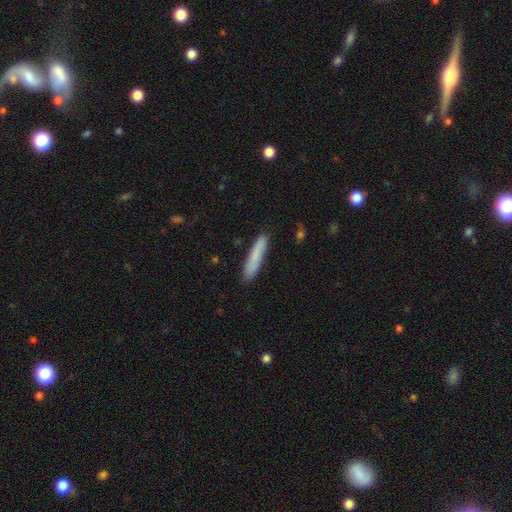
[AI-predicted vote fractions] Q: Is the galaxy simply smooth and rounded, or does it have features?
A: smooth — 81%.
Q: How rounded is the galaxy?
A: cigar-shaped — 91%.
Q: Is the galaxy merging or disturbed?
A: none — 87%.